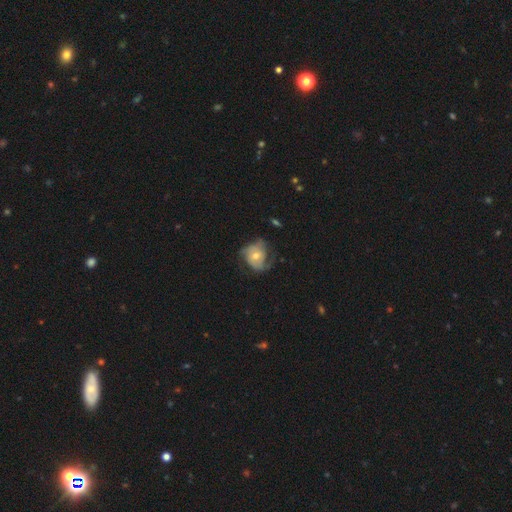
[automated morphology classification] This appears to be a featured or disk galaxy (61%) with no bar (75%), spiral arms (77%) and a moderate central bulge (63%). Merging: none (47%).